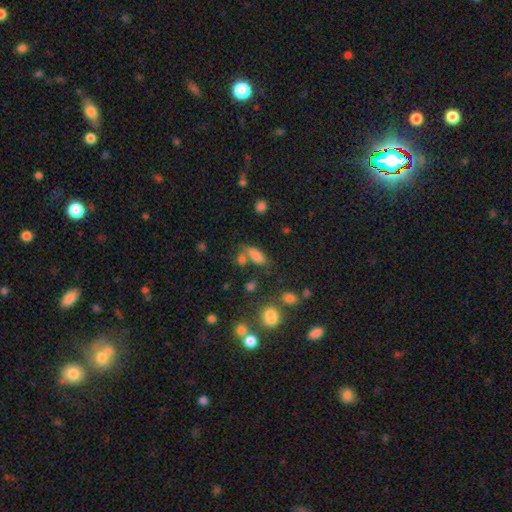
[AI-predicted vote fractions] Q: Smooth or featured?
A: smooth (76%); runner-up: star or artifact (13%)
Q: How rounded?
A: in between (77%); runner-up: cigar-shaped (18%)
Q: Merging?
A: none (48%); runner-up: merger (25%)